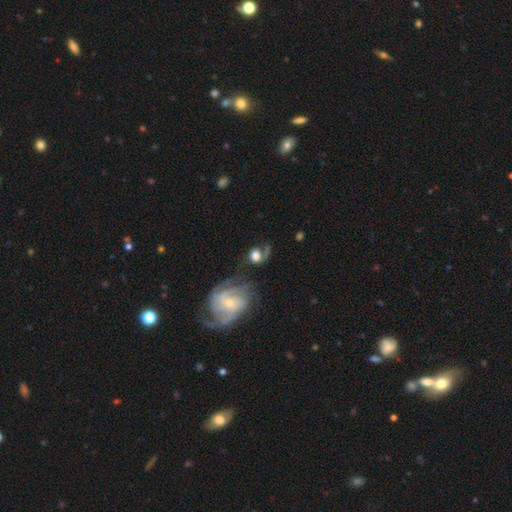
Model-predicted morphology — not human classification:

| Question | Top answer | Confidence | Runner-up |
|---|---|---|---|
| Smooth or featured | smooth | 46% | featured or disk (45%) |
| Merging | none | 42% | major disturbance (25%) |